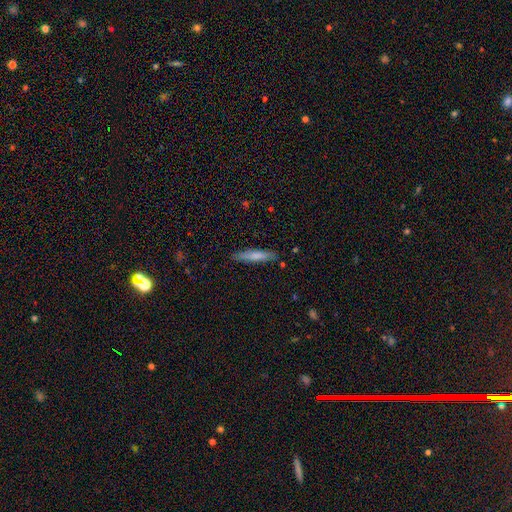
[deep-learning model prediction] Smooth or featured? Predicted: smooth (p=0.72). How rounded? Predicted: cigar-shaped (p=0.88). Merging? Predicted: none (p=0.86).